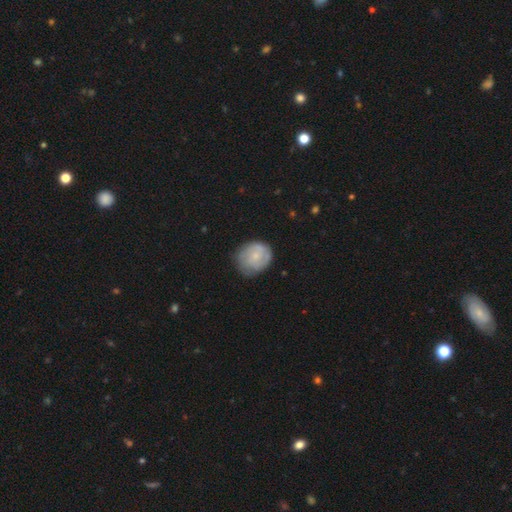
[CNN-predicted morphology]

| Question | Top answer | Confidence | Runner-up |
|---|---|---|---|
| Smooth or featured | smooth | 53% | featured or disk (40%) |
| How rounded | round | 71% | in between (28%) |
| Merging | none | 68% | minor disturbance (24%) |